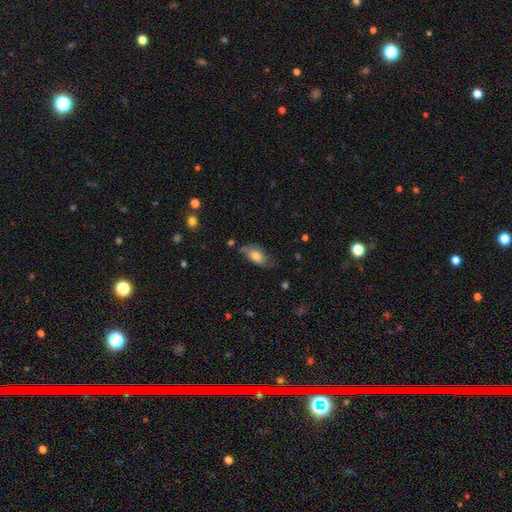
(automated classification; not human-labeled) Overall: smooth (73%). How rounded: in between (90%). Merging: none (58%; minor disturbance 29%).